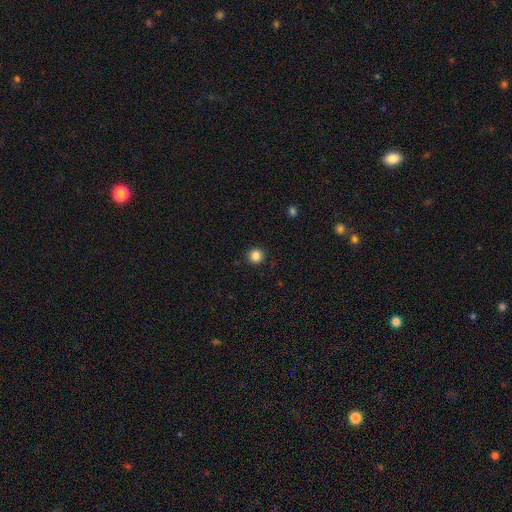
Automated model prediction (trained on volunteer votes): Smooth or featured: smooth — 86% (star or artifact — 11%)
How rounded: round — 95% (in between — 4%)
Merging: none — 92% (minor disturbance — 5%)